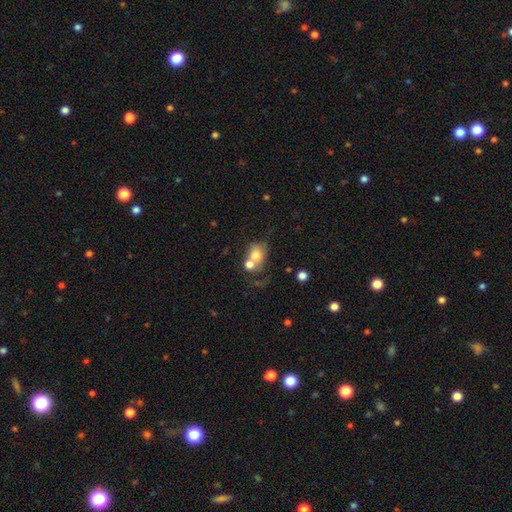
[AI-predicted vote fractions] smooth_or_featured: smooth (p=0.69) [alt: featured or disk p=0.21]
how_rounded: round (p=0.57) [alt: in between p=0.42]
merging: merger (p=0.57) [alt: none p=0.24]